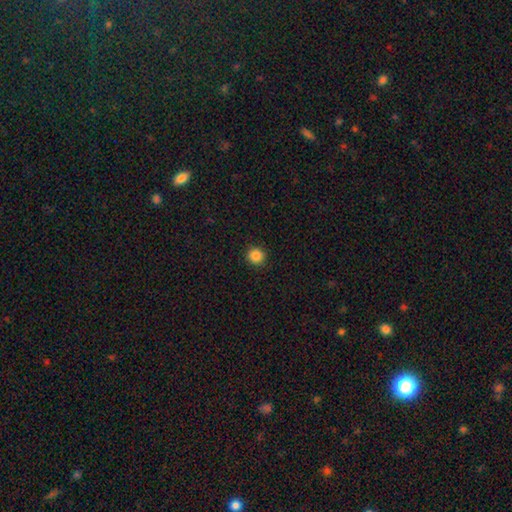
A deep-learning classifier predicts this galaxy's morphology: This is clearly a smooth galaxy (86%). How rounded: clearly round (93%). Merging: clearly none (92%).